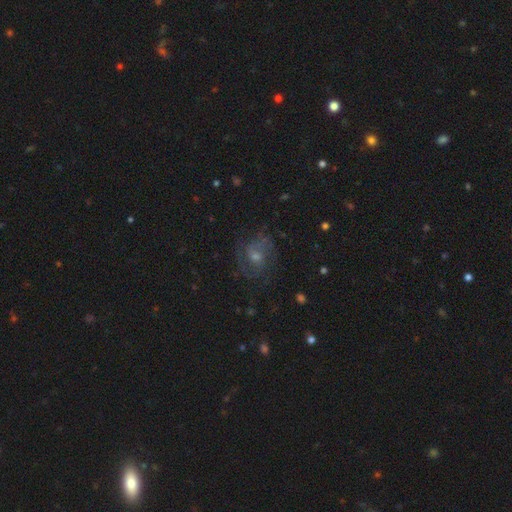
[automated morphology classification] A featured or disk galaxy (58%) with no bar (61%), spiral arms (85%) and a moderate central bulge (51%). Merging: none (70%).